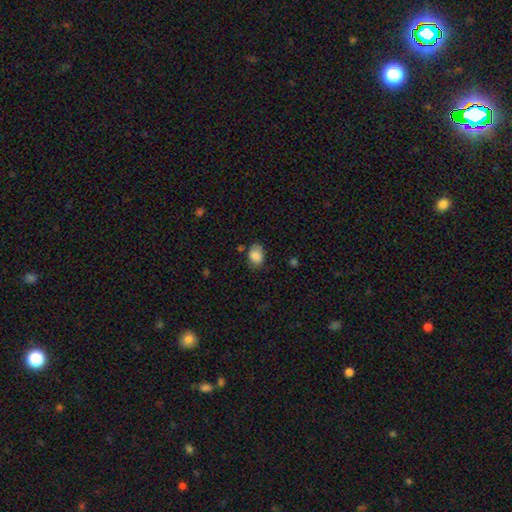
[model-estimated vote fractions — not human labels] Smooth or featured: smooth — 86% (star or artifact — 8%)
How rounded: in between — 72% (round — 27%)
Merging: none — 68% (minor disturbance — 23%)